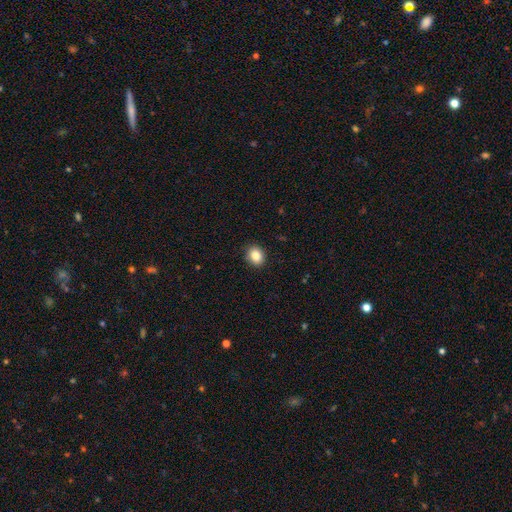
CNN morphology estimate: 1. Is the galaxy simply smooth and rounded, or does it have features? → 85% smooth, 9% star or artifact, 6% featured or disk.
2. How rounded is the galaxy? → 57% round, 42% in between, 1% cigar-shaped.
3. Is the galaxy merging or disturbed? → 90% none, 7% minor disturbance, 2% major disturbance, 1% merger.